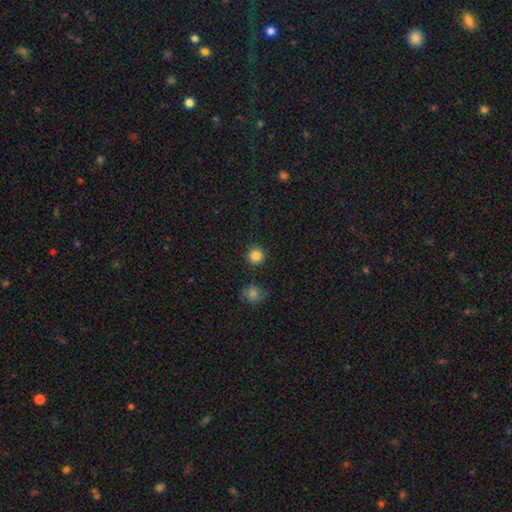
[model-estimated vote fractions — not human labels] smooth 85%, star or artifact 11%, featured or disk 4%. Down the decision tree: how rounded — round (95%); merging — none (91%).